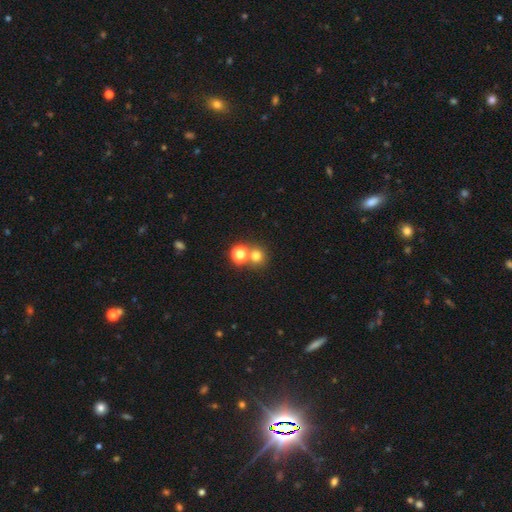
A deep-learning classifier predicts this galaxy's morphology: smooth_or_featured: smooth (p=0.73) [alt: star or artifact p=0.19]
how_rounded: round (p=0.88) [alt: in between p=0.11]
merging: none (p=0.61) [alt: merger p=0.30]